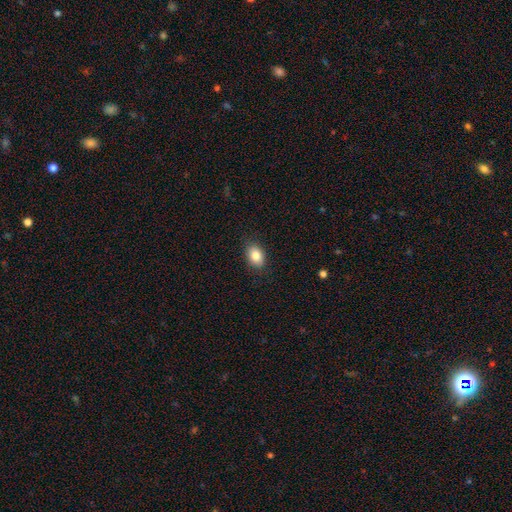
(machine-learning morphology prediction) A smooth galaxy with no disk features (84%) that is in between round and cigar-shaped (78%). Merging: none (88%).